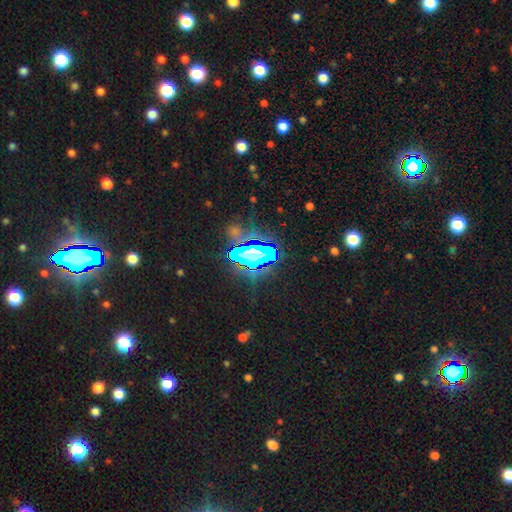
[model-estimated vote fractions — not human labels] smooth-or-featured: star or artifact: 72% | smooth: 15% | featured or disk: 13%